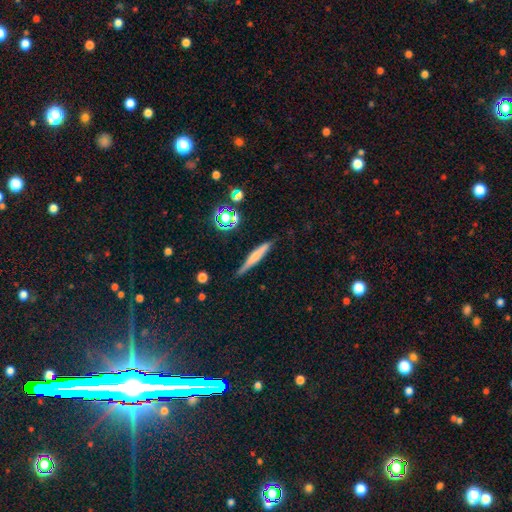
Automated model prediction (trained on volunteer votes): smooth-or-featured: smooth: 52% | featured or disk: 39% | star or artifact: 8%
  how-rounded: cigar-shaped: 91% | in between: 7% | round: 2%
  merging: none: 79% | minor disturbance: 16% | major disturbance: 3% | merger: 2%